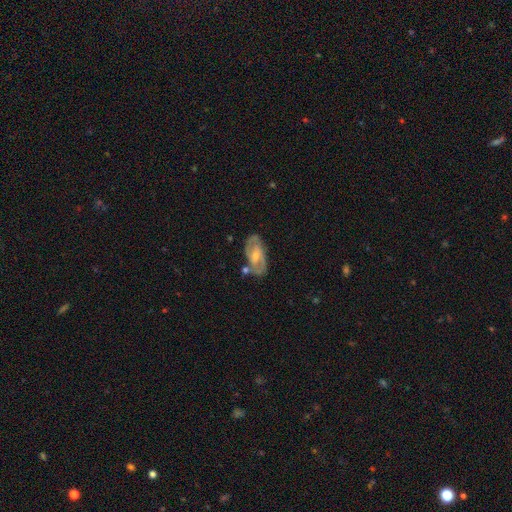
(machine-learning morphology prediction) smooth_or_featured: featured or disk (p=0.75) [alt: smooth p=0.20]
disk_edge_on: no (p=0.94) [alt: yes p=0.06]
bar: weak (p=0.48) [alt: no p=0.33]
has_spiral_arms: yes (p=0.87) [alt: no p=0.13]
spiral_winding: medium (p=0.50) [alt: tight p=0.33]
spiral_arm_count: 2 (p=0.79) [alt: can't tell p=0.12]
bulge_size: small (p=0.52) [alt: moderate p=0.38]
merging: none (p=0.64) [alt: minor disturbance p=0.18]